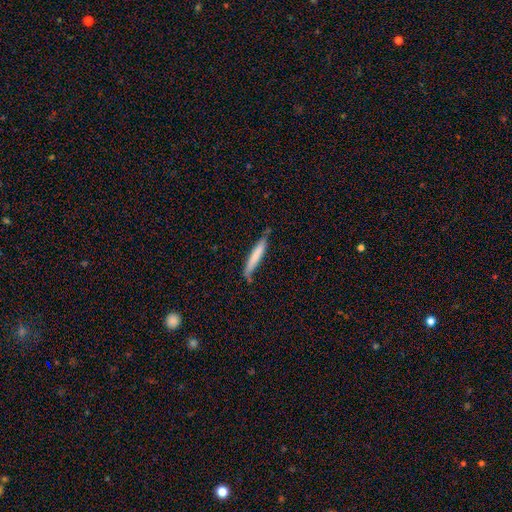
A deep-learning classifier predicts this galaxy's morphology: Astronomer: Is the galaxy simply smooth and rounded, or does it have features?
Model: smooth — 71%.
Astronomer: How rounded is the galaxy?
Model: cigar-shaped — 93%.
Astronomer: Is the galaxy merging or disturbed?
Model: none — 67%.